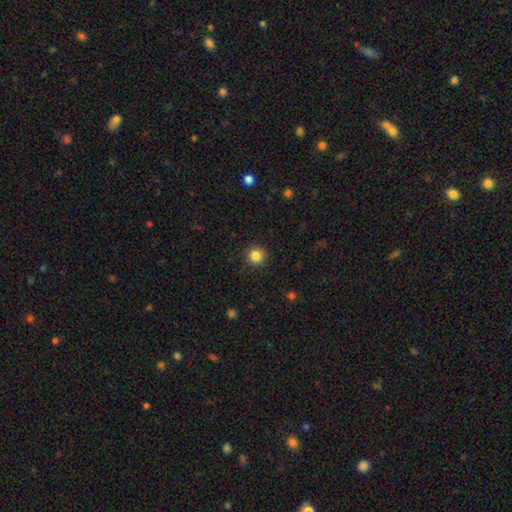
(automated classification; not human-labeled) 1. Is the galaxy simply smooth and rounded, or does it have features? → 84% smooth, 11% star or artifact, 5% featured or disk.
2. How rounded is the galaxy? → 95% round, 4% in between, 1% cigar-shaped.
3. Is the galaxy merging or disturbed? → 91% none, 6% minor disturbance, 2% major disturbance, 1% merger.